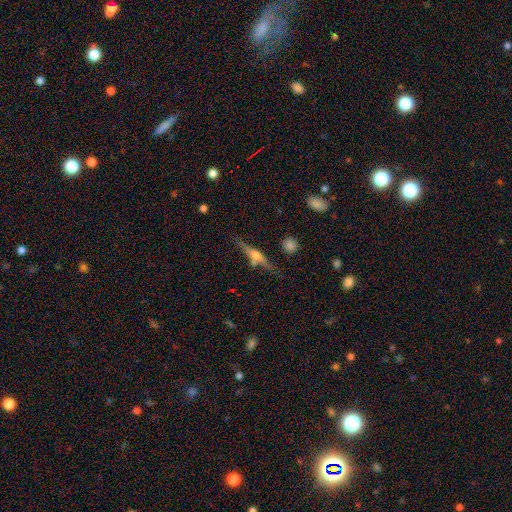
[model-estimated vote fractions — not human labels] Overall: featured or disk (67%). Edge-on disk: yes (95%). Edge-on bulge: rounded (84%). Merging: none (75%).